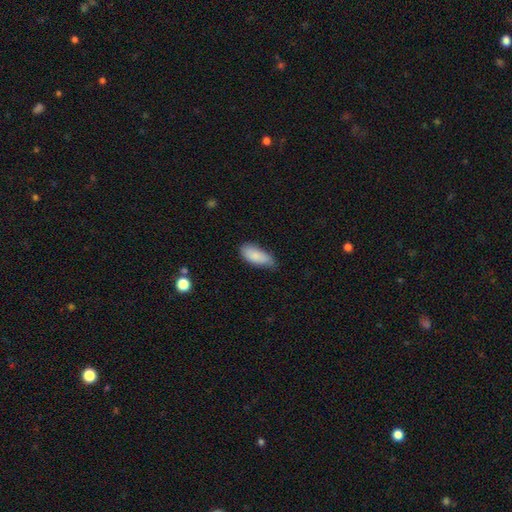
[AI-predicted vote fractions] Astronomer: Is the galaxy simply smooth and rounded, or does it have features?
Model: smooth — 85%.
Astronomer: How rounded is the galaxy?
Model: in between — 88%.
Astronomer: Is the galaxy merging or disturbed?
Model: none — 55% (runner-up: minor disturbance, 38%).